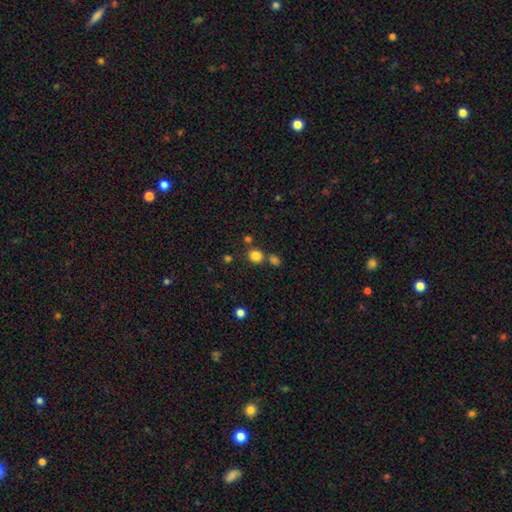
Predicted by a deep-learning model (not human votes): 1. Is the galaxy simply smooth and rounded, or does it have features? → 82% smooth, 13% star or artifact, 5% featured or disk.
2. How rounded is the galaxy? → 84% round, 15% in between, 1% cigar-shaped.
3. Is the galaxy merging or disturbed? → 70% none, 17% merger, 9% minor disturbance, 3% major disturbance.